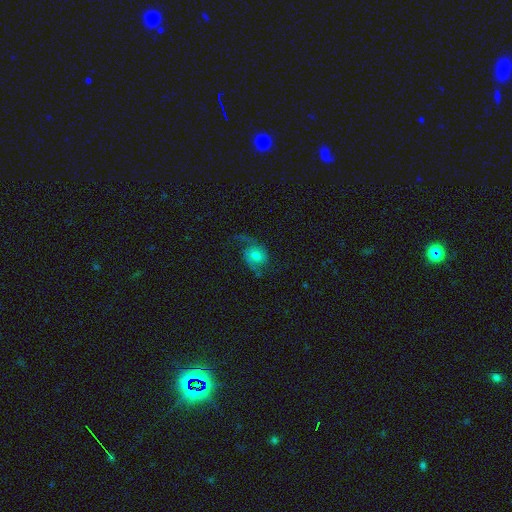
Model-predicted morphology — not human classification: This is likely a featured or disk galaxy (69%). It is clearly not viewed edge-on (97%). Bar: likely no (61%). Spiral arm pattern: clearly yes (93%). Spiral arm count: clearly 2 (87%). Spiral winding: likely loose (61%). Central bulge: possibly moderate (57%). Merging: possibly none (60%).